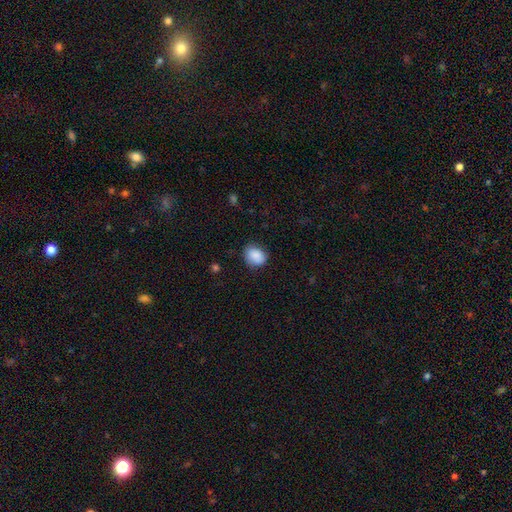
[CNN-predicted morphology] smooth 88%, star or artifact 7%, featured or disk 4%. Down the decision tree: how rounded — in between (58%); merging — none (77%).